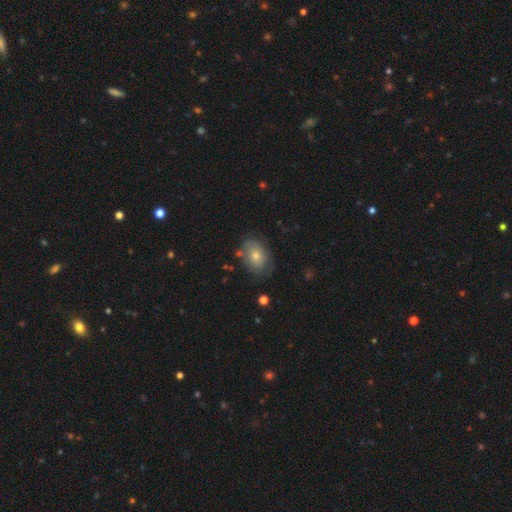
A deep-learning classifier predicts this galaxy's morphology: This appears to be a smooth galaxy with no disk features (56%) that is in between round and cigar-shaped (66%). Merging: none (71%).